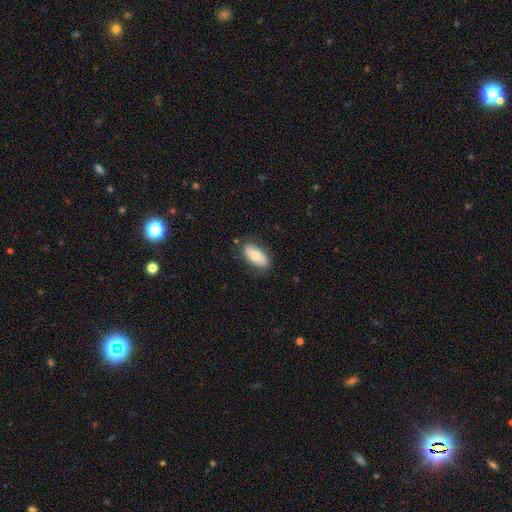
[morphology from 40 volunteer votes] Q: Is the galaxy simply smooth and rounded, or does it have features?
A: smooth — 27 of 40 (68%).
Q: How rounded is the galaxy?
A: in between — 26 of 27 (96%).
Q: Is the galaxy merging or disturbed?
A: none — 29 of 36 (81%).